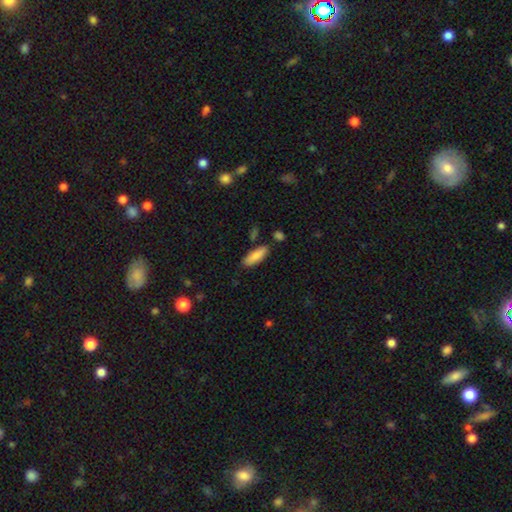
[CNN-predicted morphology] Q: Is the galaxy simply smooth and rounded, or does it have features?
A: smooth — 84%.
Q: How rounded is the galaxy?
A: in between — 67%.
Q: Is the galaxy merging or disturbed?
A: none — 83%.